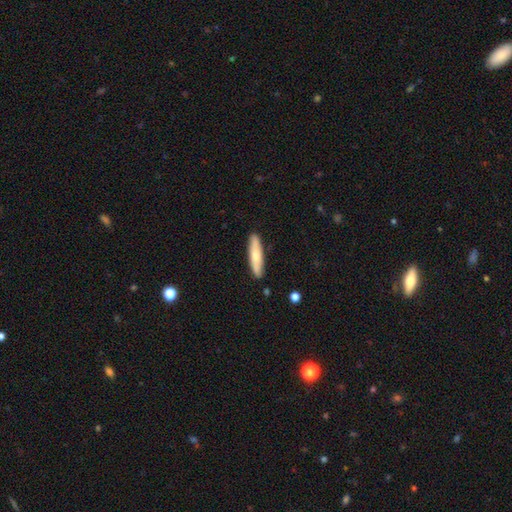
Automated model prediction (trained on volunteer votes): Smooth or featured: smooth — 63% (featured or disk — 31%)
How rounded: cigar-shaped — 80% (in between — 18%)
Merging: none — 88% (minor disturbance — 9%)